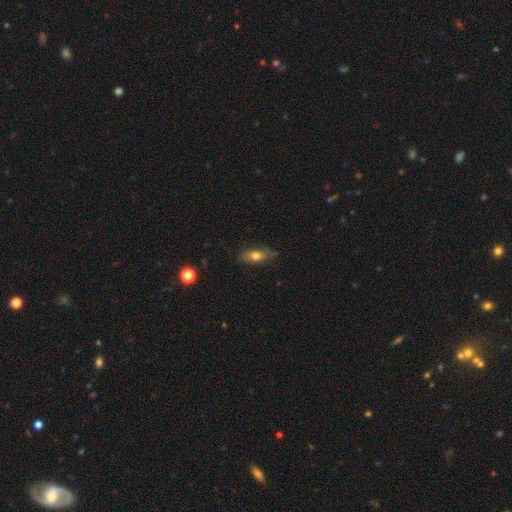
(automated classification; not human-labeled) This appears to be a smooth galaxy with no disk features (68%) that is in between round and cigar-shaped (71%). Merging: none (77%).